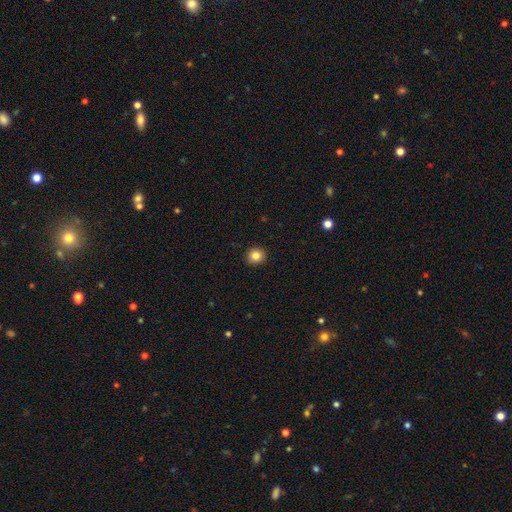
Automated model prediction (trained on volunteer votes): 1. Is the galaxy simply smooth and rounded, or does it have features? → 83% smooth, 10% star or artifact, 6% featured or disk.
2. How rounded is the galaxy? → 91% round, 8% in between, 1% cigar-shaped.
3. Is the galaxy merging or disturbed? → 93% none, 5% minor disturbance, 1% major disturbance, 1% merger.